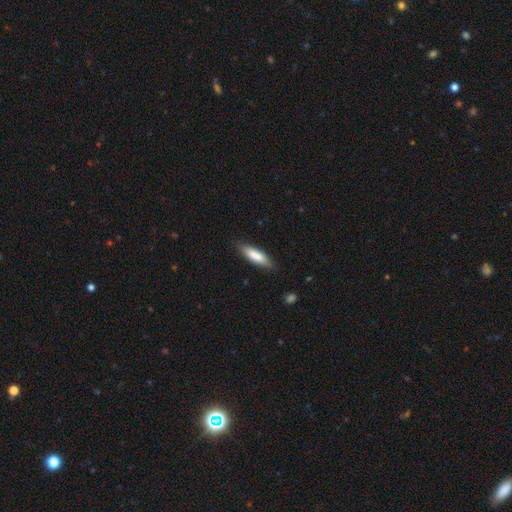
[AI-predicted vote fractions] smooth-or-featured: smooth: 79% | featured or disk: 15% | star or artifact: 6%
  how-rounded: cigar-shaped: 61% | in between: 37% | round: 1%
  merging: none: 83% | minor disturbance: 13% | major disturbance: 2% | merger: 1%